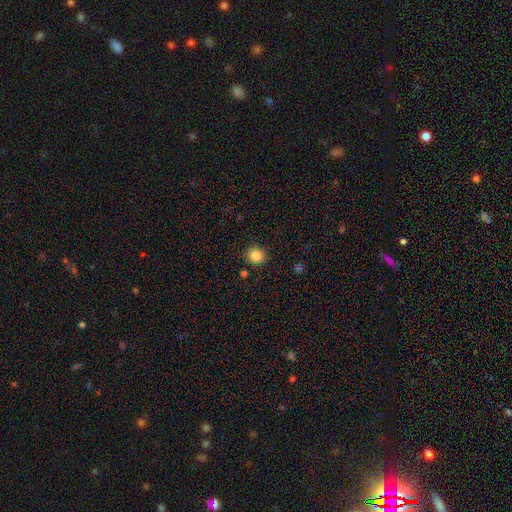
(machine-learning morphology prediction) The model was most divided on "how rounded": round: 87%, in between: 13%, cigar-shaped: 1%. More confident: merging — none (88%); smooth or featured — smooth (86%).